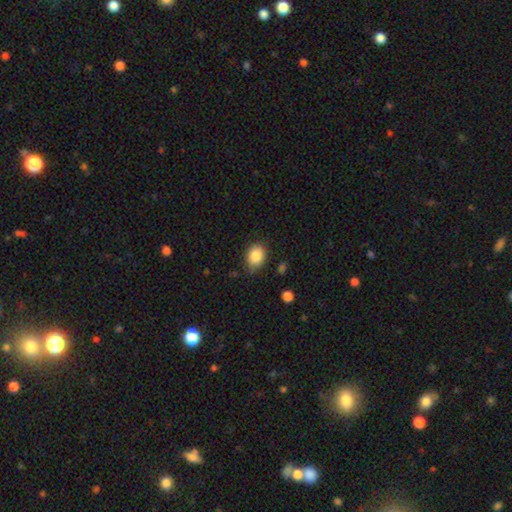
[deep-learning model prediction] Smooth or featured: smooth — 87% (star or artifact — 8%)
How rounded: in between — 64% (round — 35%)
Merging: none — 75% (minor disturbance — 20%)